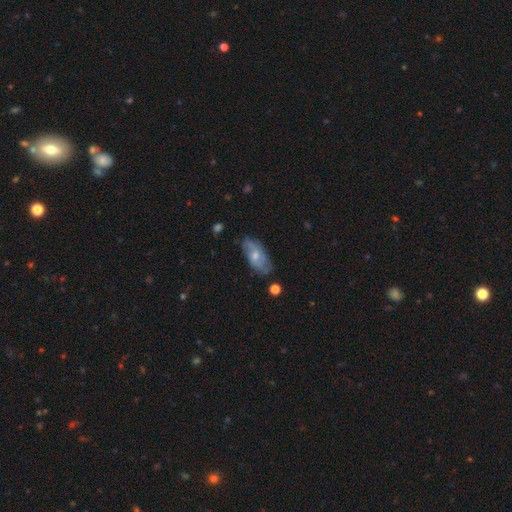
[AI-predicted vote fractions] A featured or disk galaxy (47%). Merging: none (67%).